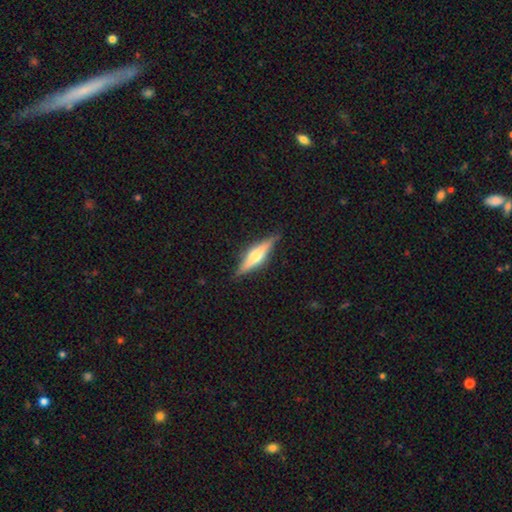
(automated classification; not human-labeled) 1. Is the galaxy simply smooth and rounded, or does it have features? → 63% featured or disk, 31% smooth, 6% star or artifact.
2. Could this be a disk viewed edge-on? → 96% yes, 4% no.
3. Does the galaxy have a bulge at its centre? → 85% rounded, 11% boxy, 5% none.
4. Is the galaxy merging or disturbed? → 86% none, 10% minor disturbance, 2% major disturbance, 1% merger.